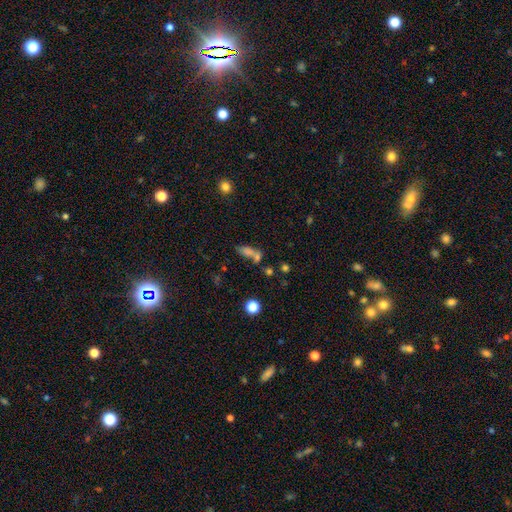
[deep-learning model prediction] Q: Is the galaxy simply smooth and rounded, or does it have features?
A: smooth — 63%.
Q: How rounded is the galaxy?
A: in between — 61%.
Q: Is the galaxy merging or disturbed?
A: merger — 46%.